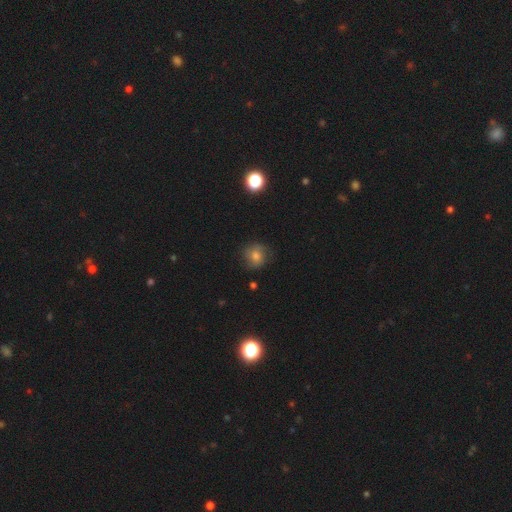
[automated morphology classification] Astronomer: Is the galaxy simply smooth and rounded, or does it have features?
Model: smooth — 61%.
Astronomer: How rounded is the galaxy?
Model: round — 83%.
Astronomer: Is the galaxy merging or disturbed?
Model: none — 75%.